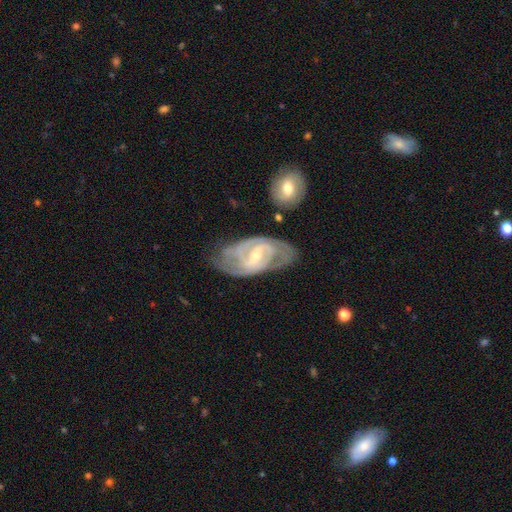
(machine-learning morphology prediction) Overall: featured or disk (87%). Edge-on disk: no (95%). Bar: weak (49%; strong 36%). Spiral arms: yes (94%). Spiral arm count: 2 (61%). Spiral winding: tight (47%; medium 42%). Bulge size: small (58%; moderate 39%). Merging: none (66%).